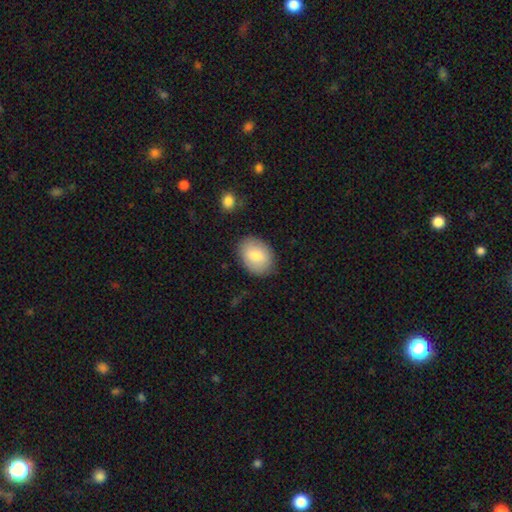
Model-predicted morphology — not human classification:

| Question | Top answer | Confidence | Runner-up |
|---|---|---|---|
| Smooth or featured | smooth | 82% | featured or disk (12%) |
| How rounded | in between | 75% | round (24%) |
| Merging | none | 83% | minor disturbance (13%) |